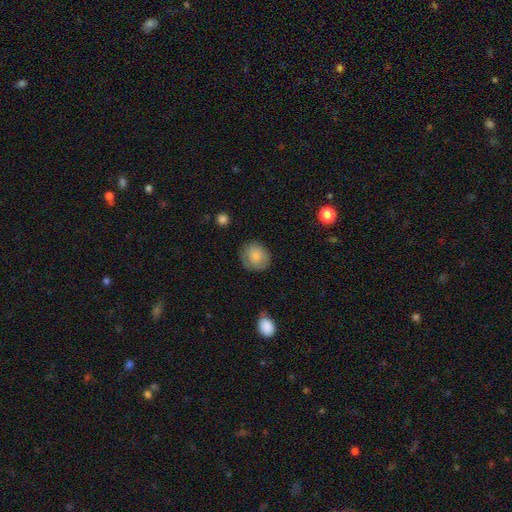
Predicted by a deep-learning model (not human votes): This is likely a smooth galaxy (80%). How rounded: likely round (79%). Merging: likely none (74%).